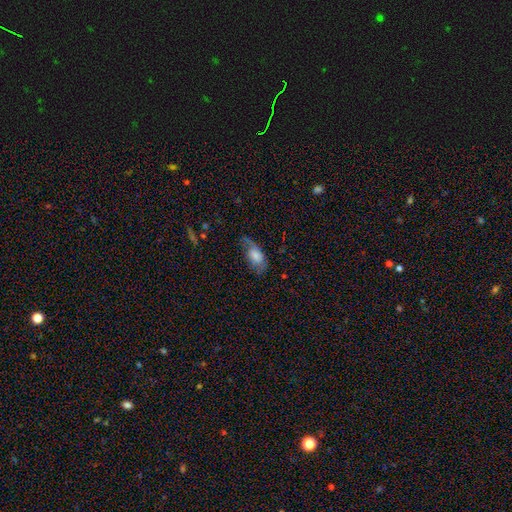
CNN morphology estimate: The model was most divided on "merging": none: 45%, minor disturbance: 31%, major disturbance: 22%, merger: 2%. More confident: how rounded — in between (89%); smooth or featured — smooth (58%).